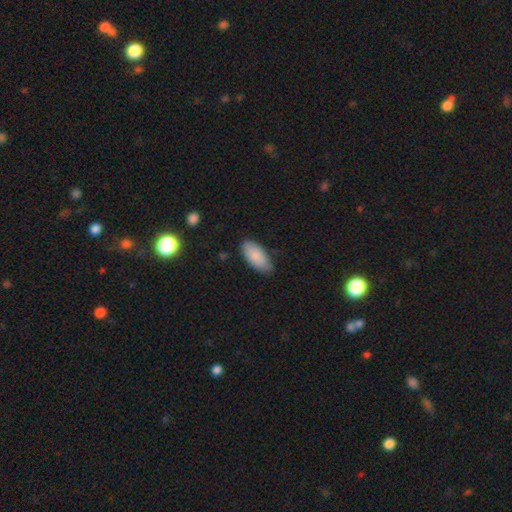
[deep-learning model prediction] Smooth or featured?
  - smooth: 87% *
  - featured or disk: 7%
  - star or artifact: 6%
How rounded?
  - in between: 92% *
  - cigar-shaped: 7%
  - round: 2%
Merging?
  - none: 76% *
  - minor disturbance: 20%
  - major disturbance: 3%
  - merger: 1%